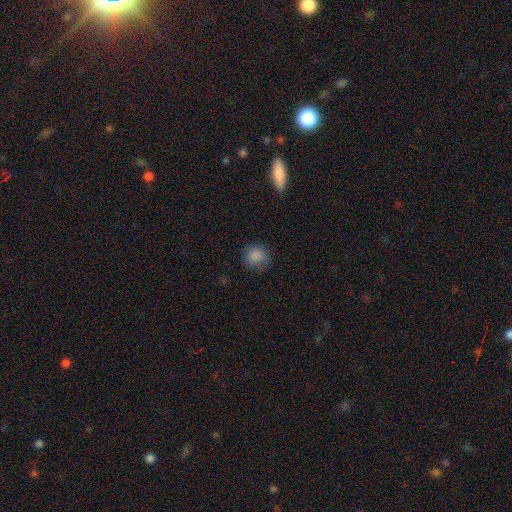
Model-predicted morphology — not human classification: smooth_or_featured: smooth (p=0.85) [alt: star or artifact p=0.10]
how_rounded: round (p=0.86) [alt: in between p=0.13]
merging: none (p=0.73) [alt: minor disturbance p=0.19]